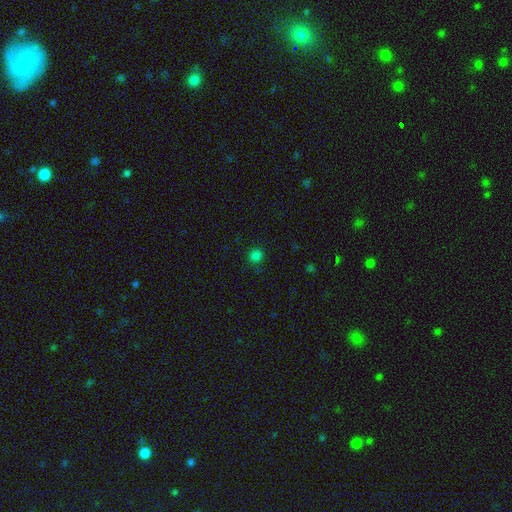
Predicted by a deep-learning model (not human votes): Overall: smooth (80%). How rounded: round (93%). Merging: none (88%).